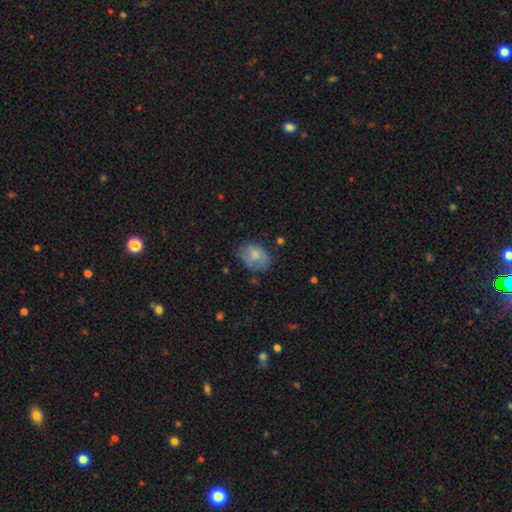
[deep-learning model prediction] smooth 72%, featured or disk 21%, star or artifact 7%. Down the decision tree: how rounded — in between (71%); merging — none (62%).